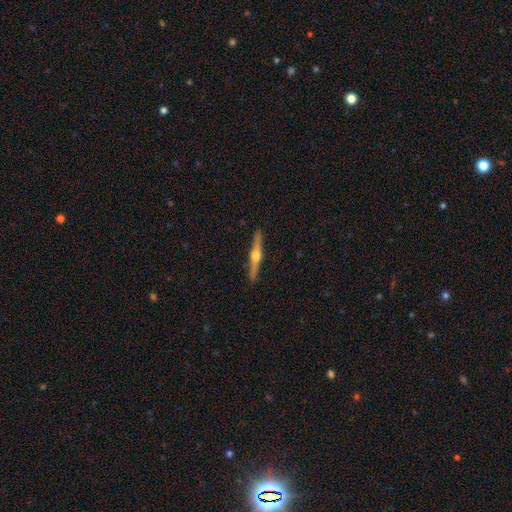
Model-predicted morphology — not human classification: The model was most divided on "smooth or featured": featured or disk: 81%, smooth: 14%, star or artifact: 5%. More confident: edge-on disk — yes (98%); edge-on bulge — rounded (96%); merging — none (92%).